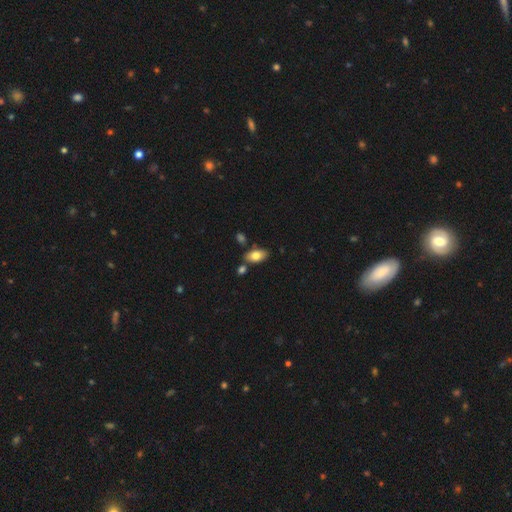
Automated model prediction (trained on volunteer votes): Smooth or featured?
  - smooth: 77% *
  - featured or disk: 15%
  - star or artifact: 7%
How rounded?
  - in between: 91% *
  - round: 5%
  - cigar-shaped: 4%
Merging?
  - none: 74% *
  - minor disturbance: 13%
  - merger: 10%
  - major disturbance: 3%